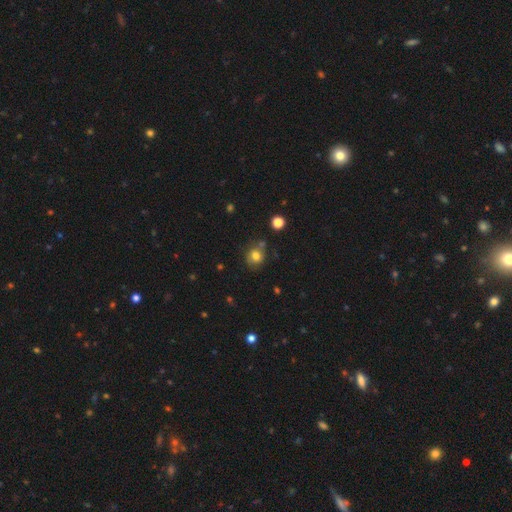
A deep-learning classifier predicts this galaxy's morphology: type=smooth (76%); roundness=round (79%); merging=none (69%).